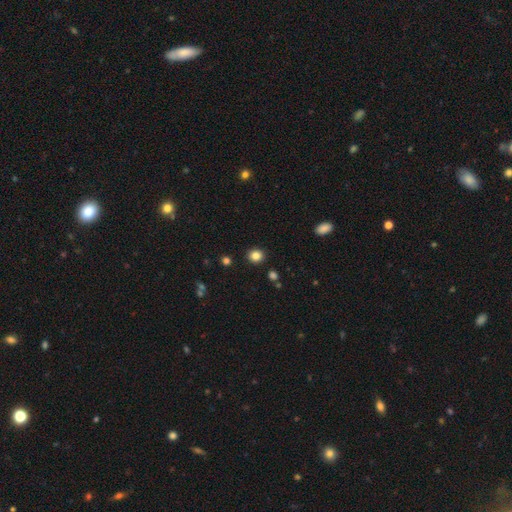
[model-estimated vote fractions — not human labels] The model was most divided on "how rounded": round: 78%, in between: 21%, cigar-shaped: 1%. More confident: merging — none (90%); smooth or featured — smooth (84%).